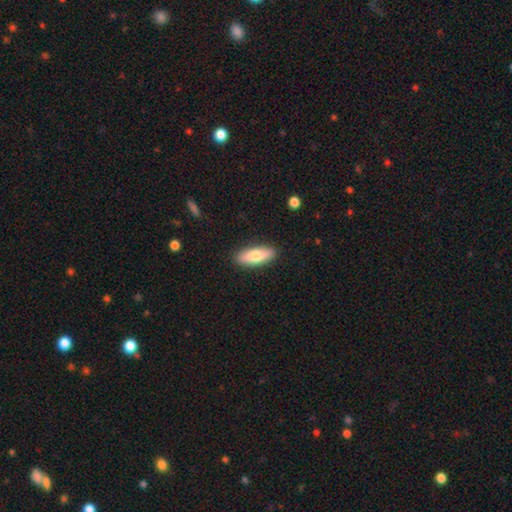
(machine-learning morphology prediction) The model was most divided on "how rounded": in between: 60%, cigar-shaped: 37%, round: 2%. More confident: merging — none (89%); smooth or featured — smooth (74%).